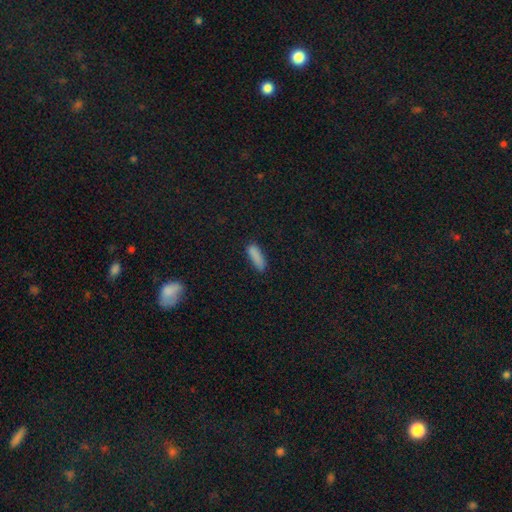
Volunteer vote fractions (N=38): smooth_or_featured: smooth (p=0.89) [alt: featured or disk p=0.11]
how_rounded: in between (p=0.50) [tied with: cigar-shaped p=0.50]
merging: none (p=0.68) [alt: minor disturbance p=0.24]